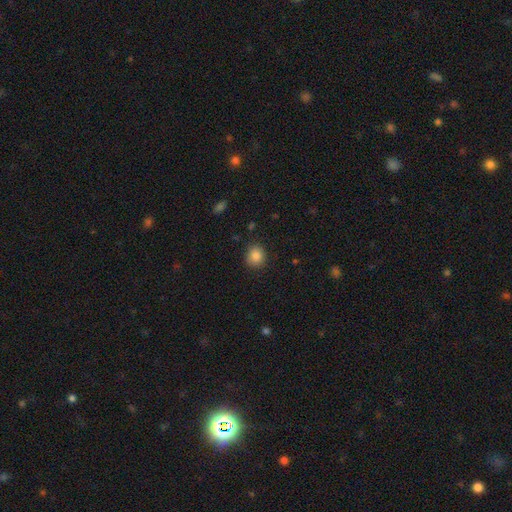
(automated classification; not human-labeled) This appears to be a smooth galaxy with no disk features (85%) that is round (78%). Merging: none (86%).